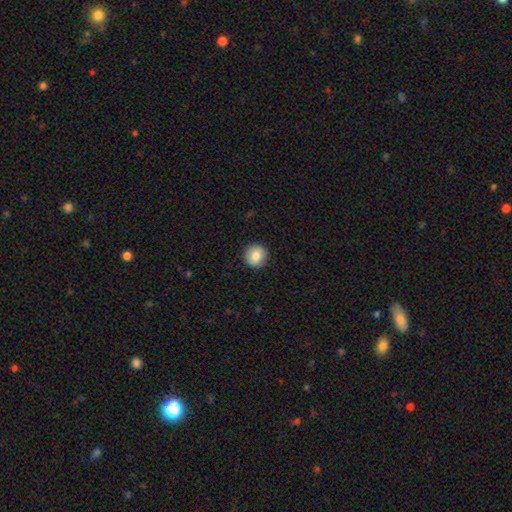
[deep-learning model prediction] Q: Smooth or featured?
A: smooth (85%); runner-up: star or artifact (8%)
Q: How rounded?
A: round (94%); runner-up: in between (5%)
Q: Merging?
A: none (92%); runner-up: minor disturbance (6%)